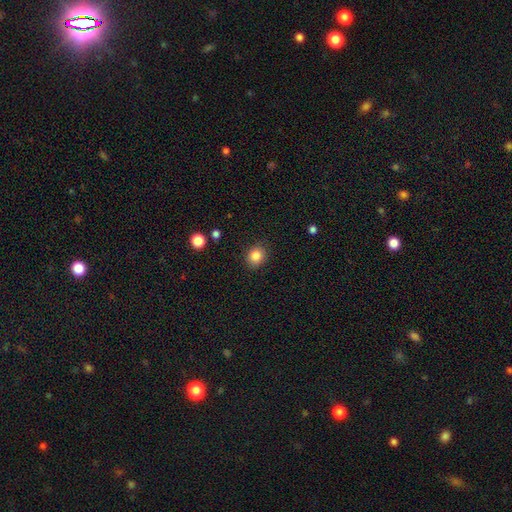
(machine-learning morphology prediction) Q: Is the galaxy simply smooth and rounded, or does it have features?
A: smooth — 84%.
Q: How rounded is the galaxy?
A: round — 69%.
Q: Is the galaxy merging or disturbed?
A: none — 87%.